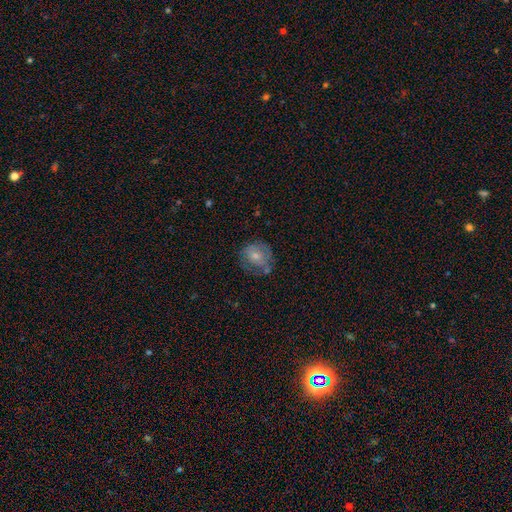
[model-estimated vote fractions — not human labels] smooth-or-featured: smooth: 56% | featured or disk: 36% | star or artifact: 8%
  how-rounded: round: 74% | in between: 25% | cigar-shaped: 1%
  merging: none: 51% | minor disturbance: 28% | major disturbance: 15% | merger: 6%